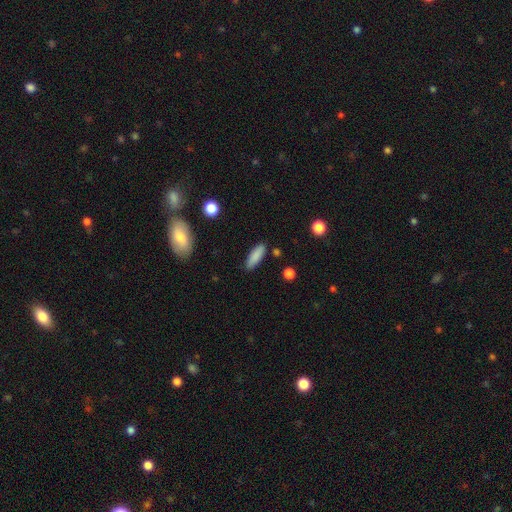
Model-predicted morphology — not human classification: This is clearly a smooth galaxy (86%). How rounded: possibly in between (53%). Merging: clearly none (87%).